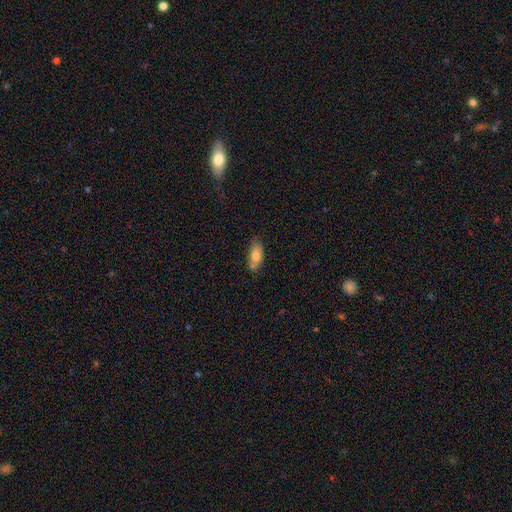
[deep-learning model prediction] smooth 78%, featured or disk 15%, star or artifact 7%. Down the decision tree: how rounded — in between (83%); merging — none (66%).